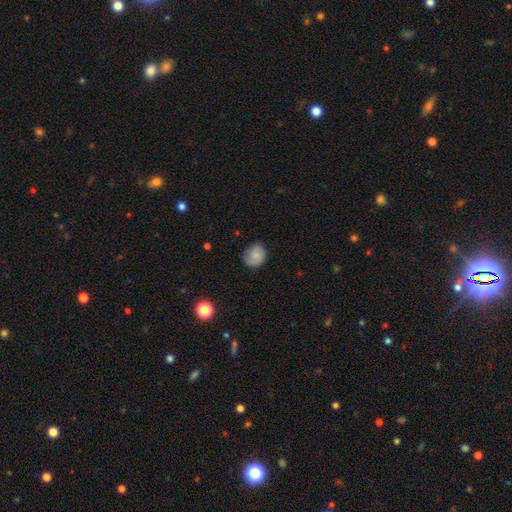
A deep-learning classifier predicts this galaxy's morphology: The model was most divided on "how rounded": round: 70%, in between: 29%, cigar-shaped: 1%. More confident: smooth or featured — smooth (75%); merging — none (75%).